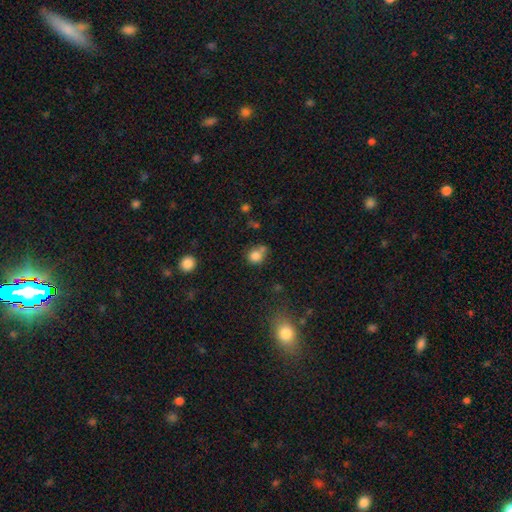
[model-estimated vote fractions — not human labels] smooth 81%, star or artifact 12%, featured or disk 7%. Down the decision tree: how rounded — round (73%); merging — none (50%).